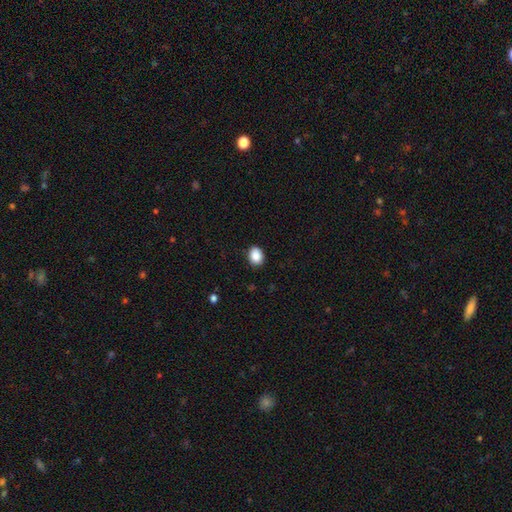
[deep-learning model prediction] smooth_or_featured: smooth (p=0.89) [alt: star or artifact p=0.08]
how_rounded: in between (p=0.56) [alt: round p=0.43]
merging: none (p=0.88) [alt: minor disturbance p=0.09]